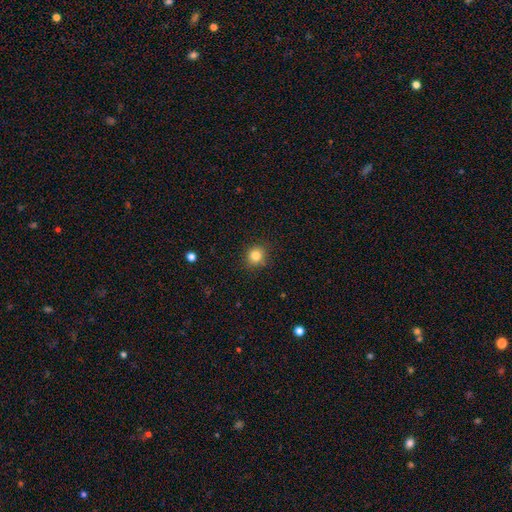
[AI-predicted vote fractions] A smooth galaxy with no disk features (82%) that is round (88%). Merging: none (87%).